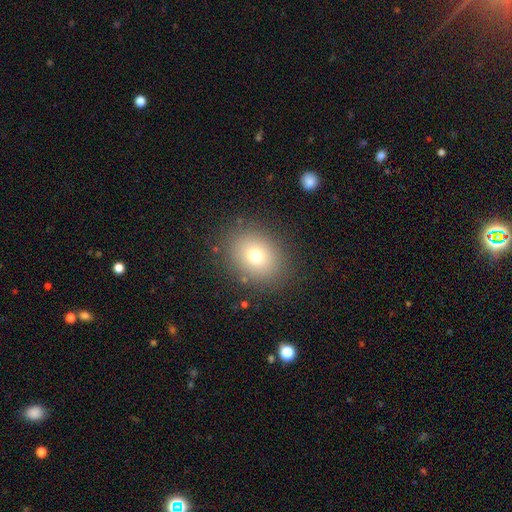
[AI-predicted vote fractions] Smooth or featured?
  - smooth: 73% *
  - star or artifact: 14%
  - featured or disk: 13%
How rounded?
  - round: 53% *
  - in between: 46%
  - cigar-shaped: 1%
Merging?
  - none: 85% *
  - minor disturbance: 9%
  - major disturbance: 4%
  - merger: 2%